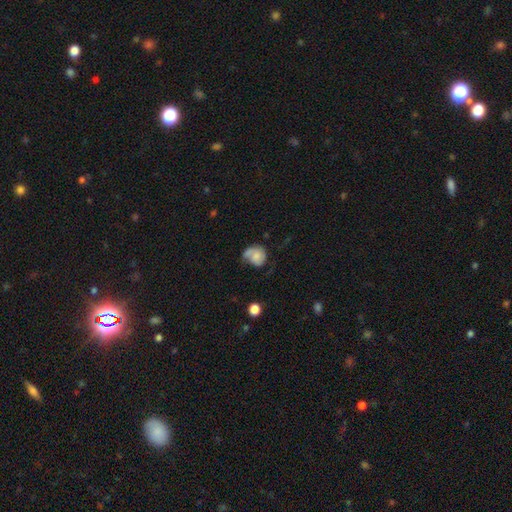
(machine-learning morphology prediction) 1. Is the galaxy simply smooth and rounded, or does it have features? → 49% smooth, 43% featured or disk, 8% star or artifact.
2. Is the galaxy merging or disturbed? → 40% none, 30% minor disturbance, 21% major disturbance, 9% merger.